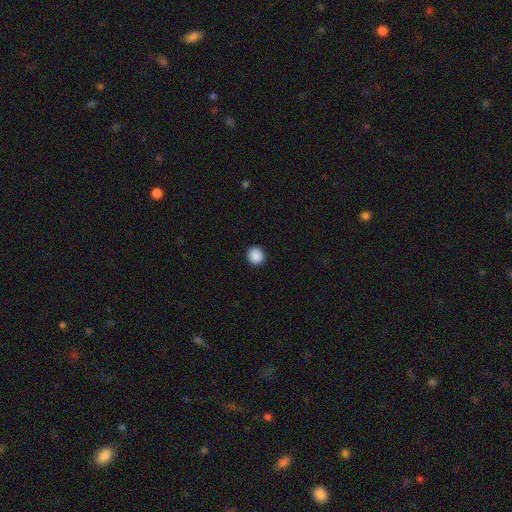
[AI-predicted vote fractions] A smooth galaxy with no disk features (89%) that is round (93%). Merging: none (93%).